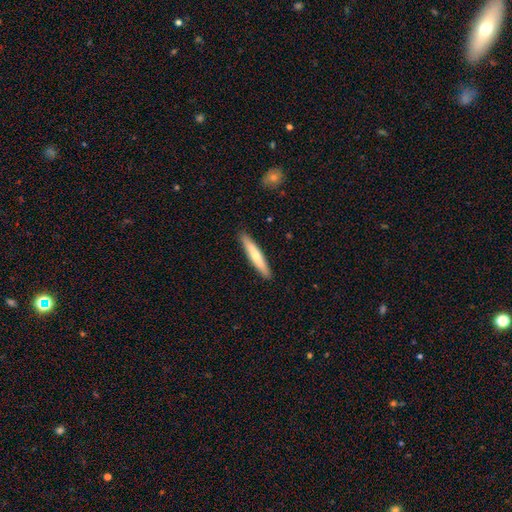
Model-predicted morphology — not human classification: Overall: smooth (58%; featured or disk 37%). How rounded: cigar-shaped (93%). Merging: none (91%).